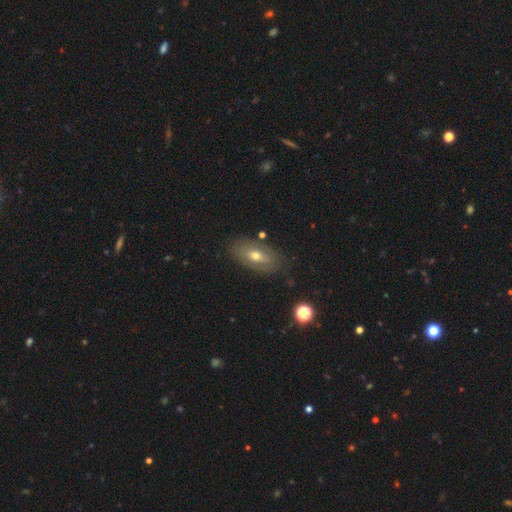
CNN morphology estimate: A smooth galaxy with no disk features (51%) that is in between round and cigar-shaped (87%). Merging: none (79%).